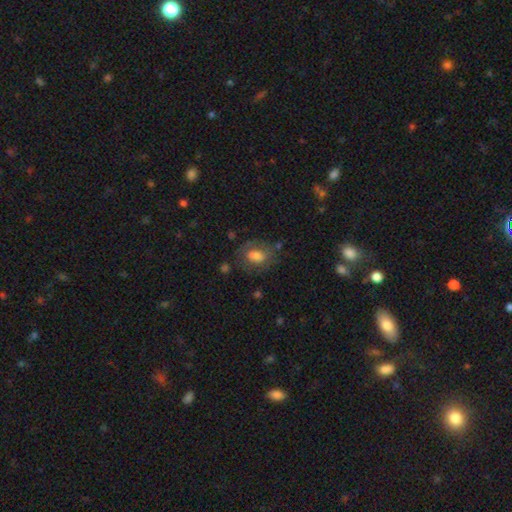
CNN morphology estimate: Smooth or featured?
  - smooth: 66% *
  - featured or disk: 25%
  - star or artifact: 9%
How rounded?
  - in between: 76% *
  - round: 22%
  - cigar-shaped: 2%
Merging?
  - none: 61% *
  - minor disturbance: 22%
  - major disturbance: 13%
  - merger: 4%